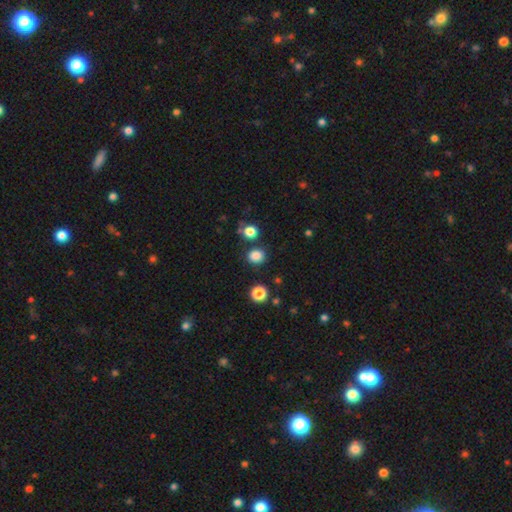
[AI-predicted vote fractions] Smooth or featured? Predicted: smooth (p=0.83). How rounded? Predicted: round (p=0.75). Merging? Predicted: none (p=0.83).